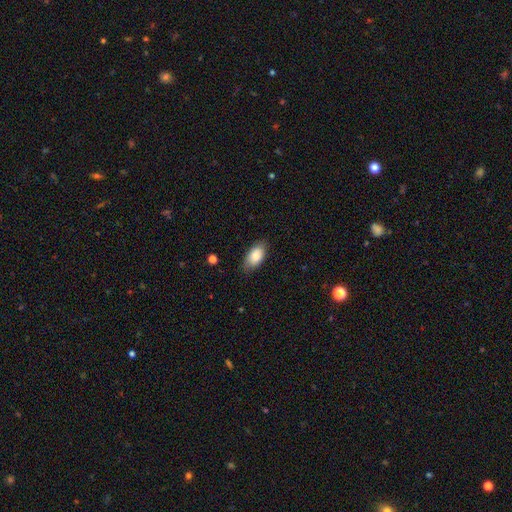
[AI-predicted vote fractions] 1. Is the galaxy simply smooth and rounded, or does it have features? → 82% smooth, 11% featured or disk, 7% star or artifact.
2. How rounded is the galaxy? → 92% in between, 4% round, 3% cigar-shaped.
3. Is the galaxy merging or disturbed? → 82% none, 15% minor disturbance, 3% major disturbance, 1% merger.